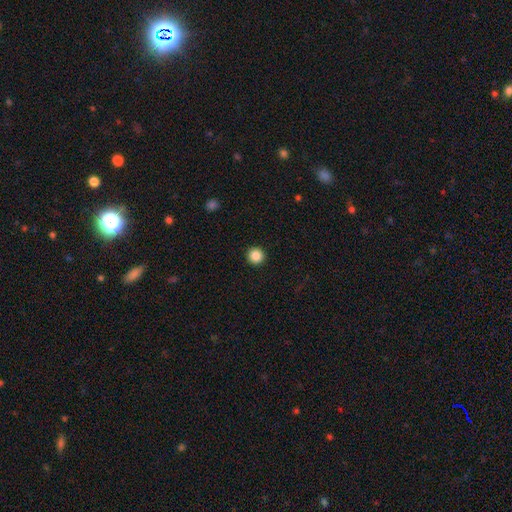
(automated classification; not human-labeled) smooth_or_featured: smooth (p=0.87) [alt: star or artifact p=0.10]
how_rounded: round (p=0.96) [alt: in between p=0.03]
merging: none (p=0.94) [alt: minor disturbance p=0.04]